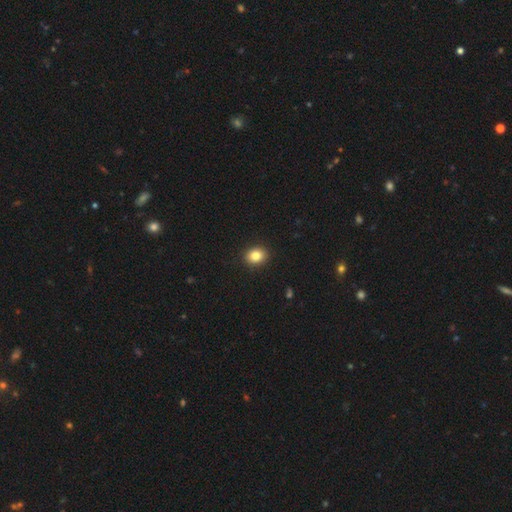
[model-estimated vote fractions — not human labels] smooth 83%, star or artifact 10%, featured or disk 7%. Down the decision tree: how rounded — round (56%); merging — none (91%).